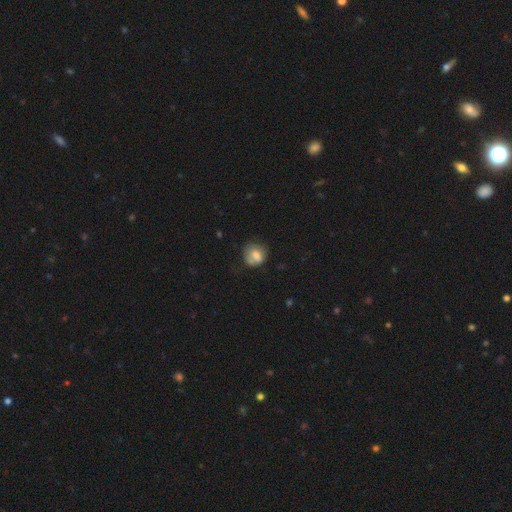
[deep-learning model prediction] A smooth galaxy with no disk features (70%) that is round (72%).

Vote fractions:
- Smooth or featured? smooth: 70% / featured or disk: 20% / star or artifact: 10%
- How rounded? round: 72% / in between: 27% / cigar-shaped: 1%
- Merging? none: 54% / minor disturbance: 27% / major disturbance: 13% / merger: 7%